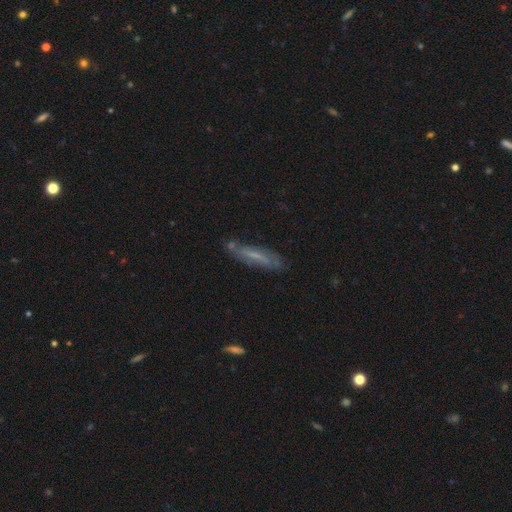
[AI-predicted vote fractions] Smooth or featured? Predicted: featured or disk (p=0.49). Merging? Predicted: none (p=0.70).